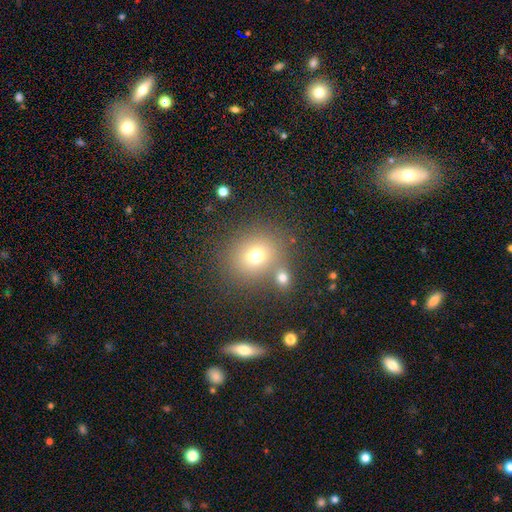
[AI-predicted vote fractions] Smooth or featured?
  - smooth: 71% *
  - star or artifact: 17%
  - featured or disk: 12%
How rounded?
  - round: 75% *
  - in between: 24%
  - cigar-shaped: 1%
Merging?
  - none: 68% *
  - merger: 18%
  - minor disturbance: 10%
  - major disturbance: 4%